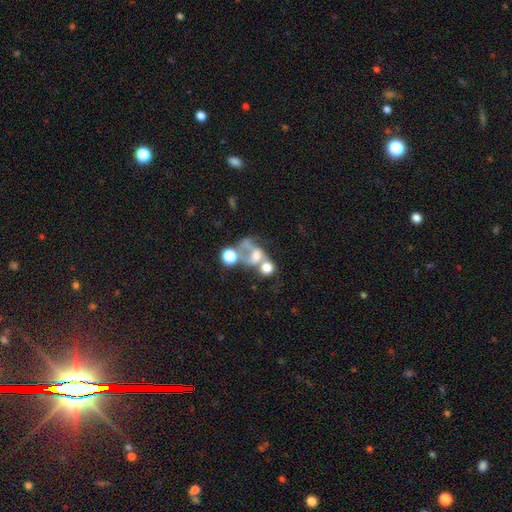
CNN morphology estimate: smooth-or-featured: smooth: 42% | featured or disk: 39% | star or artifact: 19%
  merging: merger: 51% | major disturbance: 23% | none: 17% | minor disturbance: 8%